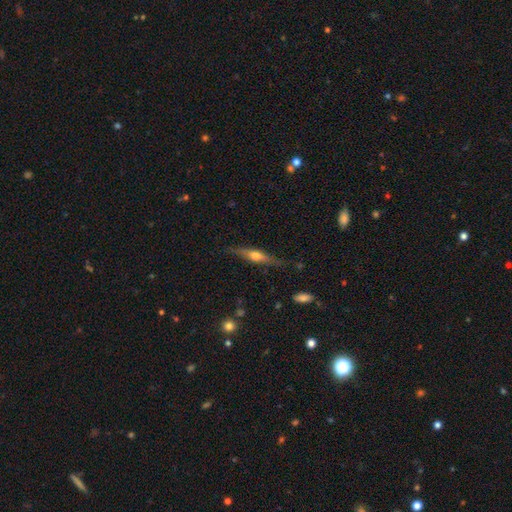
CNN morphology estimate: type=featured or disk (63%); edge-on=yes (95%); edge-on bulge=rounded (88%); merging=none (82%).